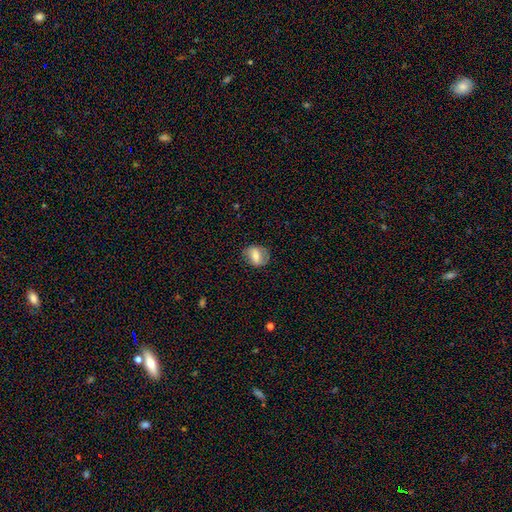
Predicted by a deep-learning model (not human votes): This appears to be a smooth galaxy with no disk features (52%) that is in between round and cigar-shaped (50%). Merging: none (75%).